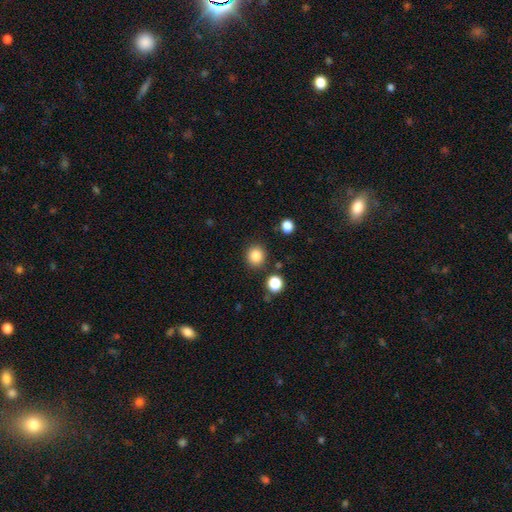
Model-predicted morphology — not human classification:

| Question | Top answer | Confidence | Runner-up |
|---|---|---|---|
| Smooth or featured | smooth | 85% | star or artifact (11%) |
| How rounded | round | 90% | in between (9%) |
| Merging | none | 87% | minor disturbance (7%) |